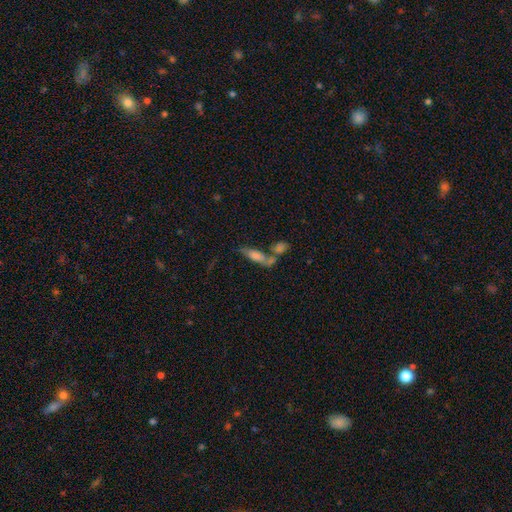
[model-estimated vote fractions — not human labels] smooth-or-featured: smooth: 63% | featured or disk: 27% | star or artifact: 10%
  how-rounded: in between: 53% | cigar-shaped: 44% | round: 3%
  merging: merger: 43% | none: 37% | minor disturbance: 13% | major disturbance: 7%